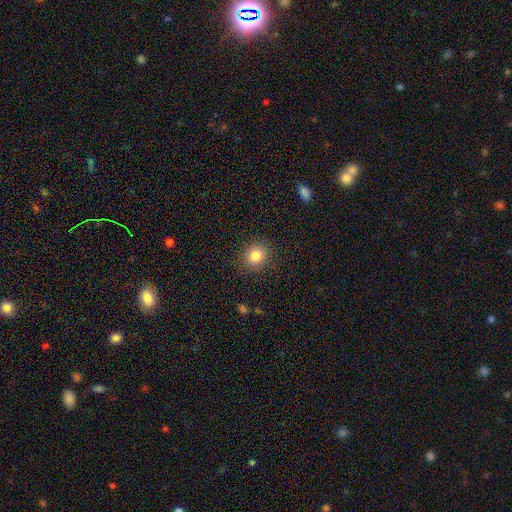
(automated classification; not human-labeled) This appears to be a smooth galaxy with no disk features (83%) that is round (82%). Merging: none (89%).